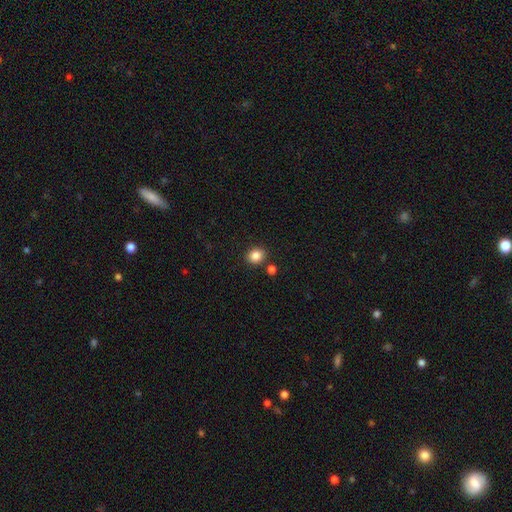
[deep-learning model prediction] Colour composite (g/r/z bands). It shows a smooth galaxy with no disk features (85%) that is round (73%). Merging: none (84%).